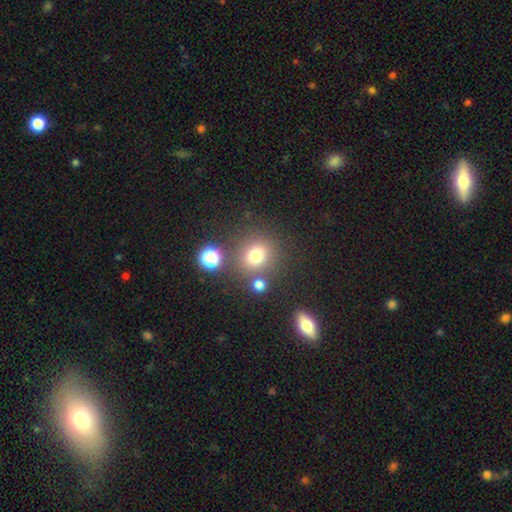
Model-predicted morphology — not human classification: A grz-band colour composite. It shows a smooth galaxy with no disk features (74%) that is round (82%). Merging: none (74%).